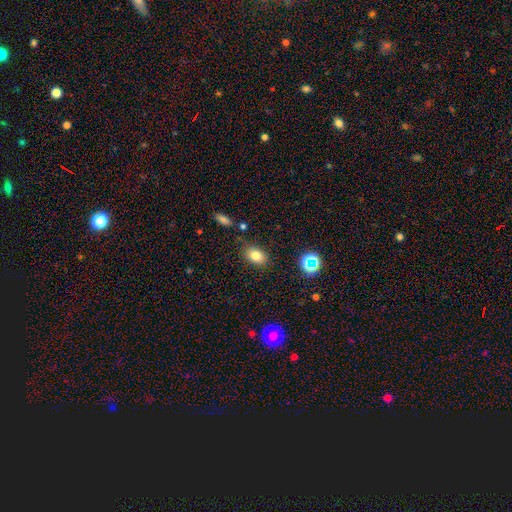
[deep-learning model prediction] A smooth galaxy with no disk features (78%) that is in between round and cigar-shaped (80%).

Vote fractions:
- Smooth or featured? smooth: 78% / star or artifact: 13% / featured or disk: 9%
- How rounded? in between: 80% / round: 19% / cigar-shaped: 2%
- Merging? none: 79% / minor disturbance: 14% / major disturbance: 4% / merger: 4%